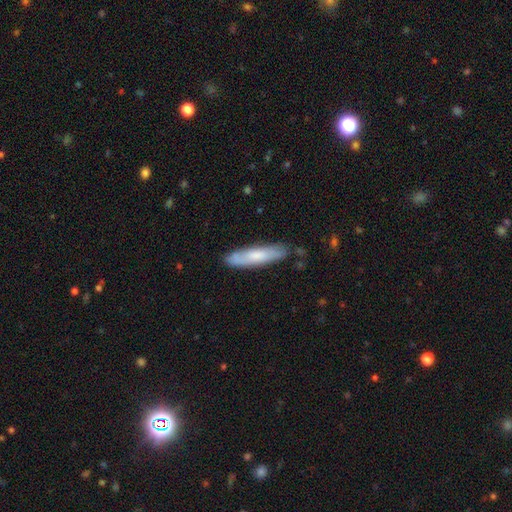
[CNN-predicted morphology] Q: Smooth or featured?
A: smooth (63%); runner-up: featured or disk (31%)
Q: How rounded?
A: cigar-shaped (80%); runner-up: in between (19%)
Q: Merging?
A: none (81%); runner-up: minor disturbance (15%)